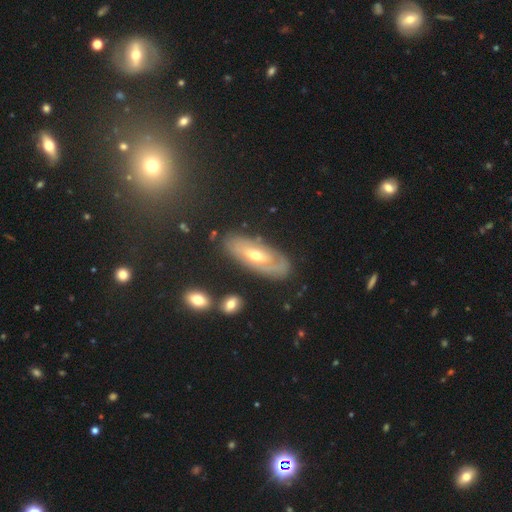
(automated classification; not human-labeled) Smooth or featured?
  - featured or disk: 70% *
  - smooth: 23%
  - star or artifact: 7%
Edge-on disk?
  - no: 80% *
  - yes: 20%
Bar?
  - no: 60% *
  - weak: 31%
  - strong: 9%
Spiral arms?
  - yes: 65% *
  - no: 35%
Bulge size?
  - moderate: 68% *
  - small: 26%
  - large: 4%
  - none: 1%
  - dominant: 1%
Merging?
  - none: 74% *
  - minor disturbance: 18%
  - major disturbance: 6%
  - merger: 3%